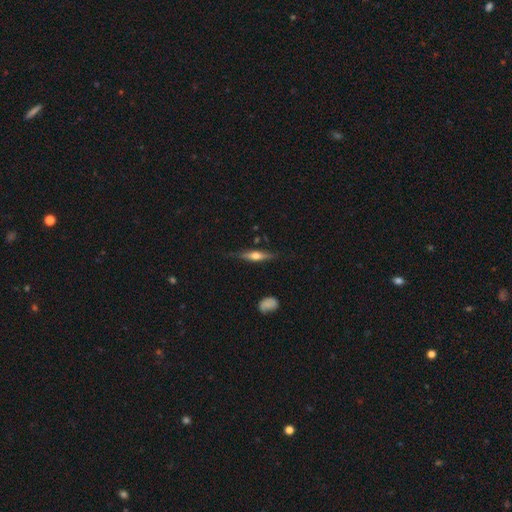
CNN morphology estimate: Smooth or featured?
  - featured or disk: 61% *
  - smooth: 33%
  - star or artifact: 6%
Edge-on disk?
  - yes: 95% *
  - no: 5%
Edge-on bulge?
  - rounded: 90% *
  - boxy: 6%
  - none: 4%
Merging?
  - none: 77% *
  - minor disturbance: 17%
  - major disturbance: 4%
  - merger: 2%